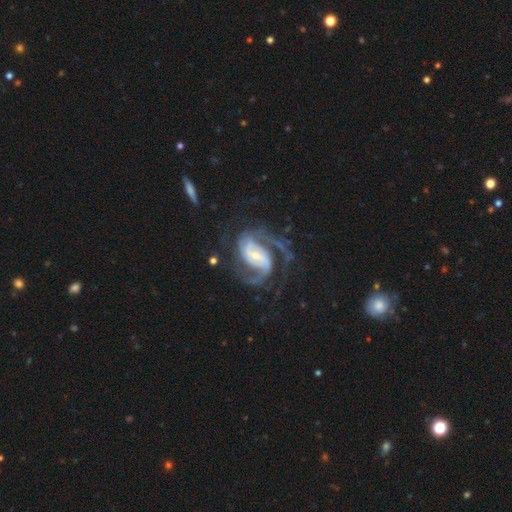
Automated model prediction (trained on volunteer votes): Overall: featured or disk (91%). Edge-on disk: no (98%). Bar: weak (42%; strong 34%). Spiral arms: yes (98%). Spiral arm count: 2 (70%). Spiral winding: medium (54%; tight 27%). Bulge size: small (62%; moderate 27%). Merging: none (60%; major disturbance 22%).